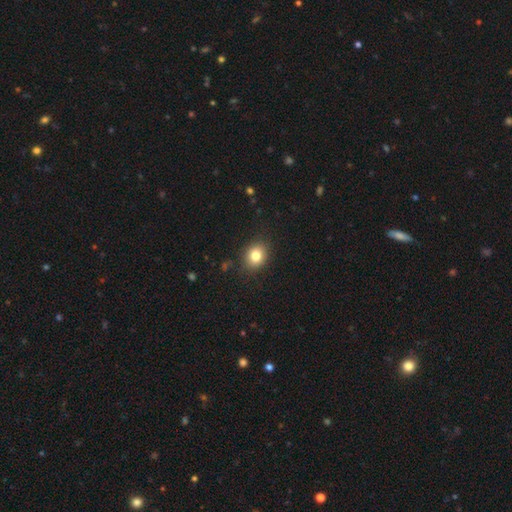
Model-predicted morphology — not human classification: A smooth galaxy with no disk features (81%) that is round (60%). Merging: none (86%).